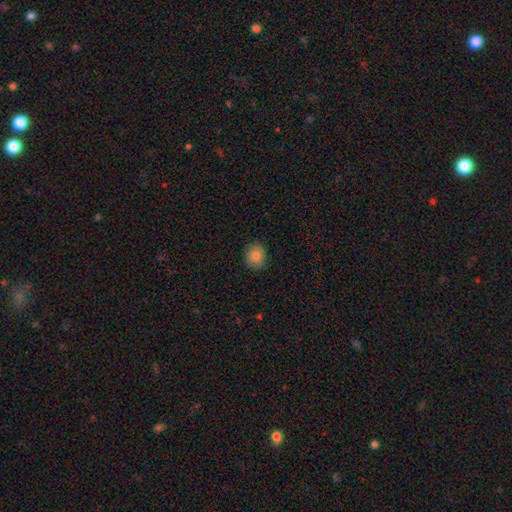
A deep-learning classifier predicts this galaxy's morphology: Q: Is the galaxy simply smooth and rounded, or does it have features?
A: smooth — 83%.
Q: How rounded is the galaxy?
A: round — 71%.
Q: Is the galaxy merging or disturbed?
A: none — 89%.